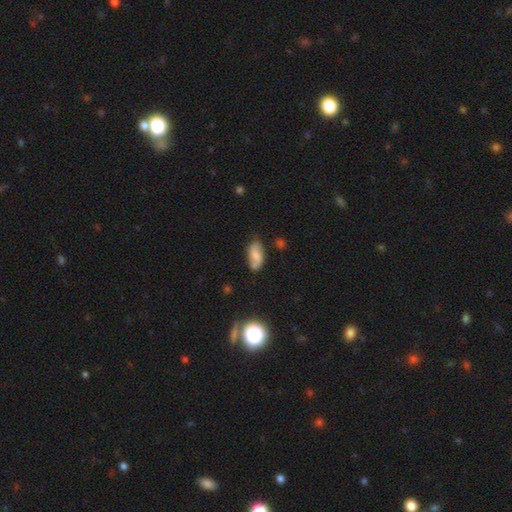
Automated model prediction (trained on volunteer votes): Morphology: type=smooth (56%); roundness=in between (90%); merging=none (63%).